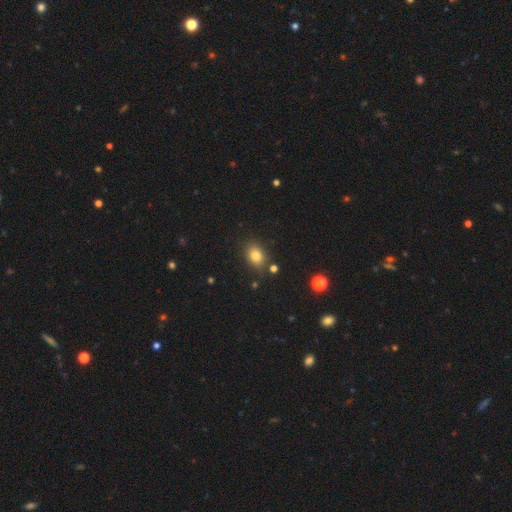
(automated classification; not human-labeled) Smooth or featured? Predicted: smooth (p=0.81). How rounded? Predicted: in between (p=0.68). Merging? Predicted: none (p=0.80).